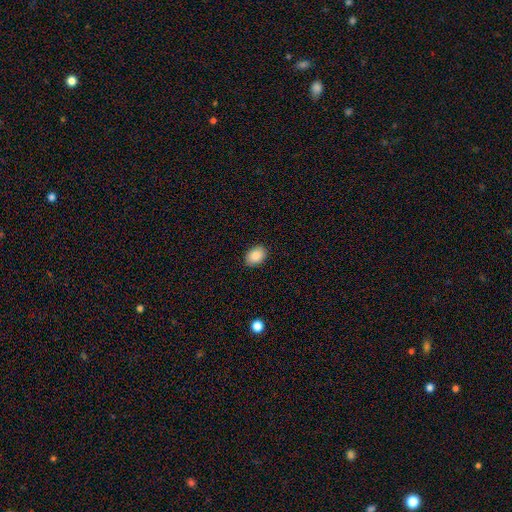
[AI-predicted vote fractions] Smooth or featured? smooth (88%)
How rounded? in between (72%)
Merging? none (89%)